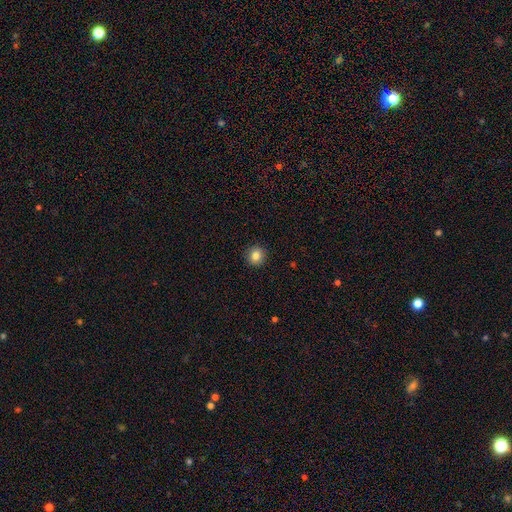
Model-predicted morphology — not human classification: Smooth or featured?
  - smooth: 85% *
  - star or artifact: 10%
  - featured or disk: 5%
How rounded?
  - round: 93% *
  - in between: 6%
  - cigar-shaped: 1%
Merging?
  - none: 92% *
  - minor disturbance: 5%
  - major disturbance: 2%
  - merger: 1%